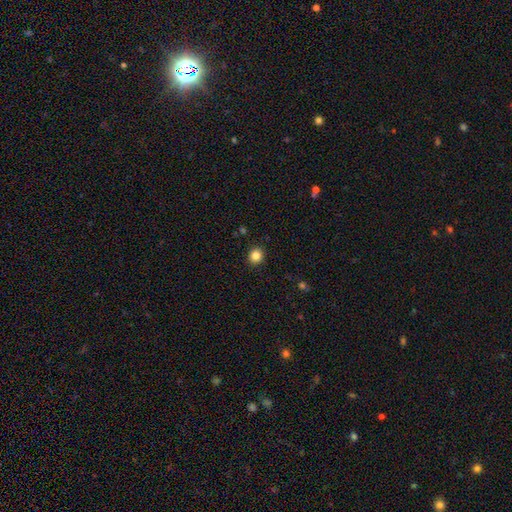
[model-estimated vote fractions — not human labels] The model was most divided on "how rounded": round: 83%, in between: 16%, cigar-shaped: 1%. More confident: merging — none (91%); smooth or featured — smooth (84%).